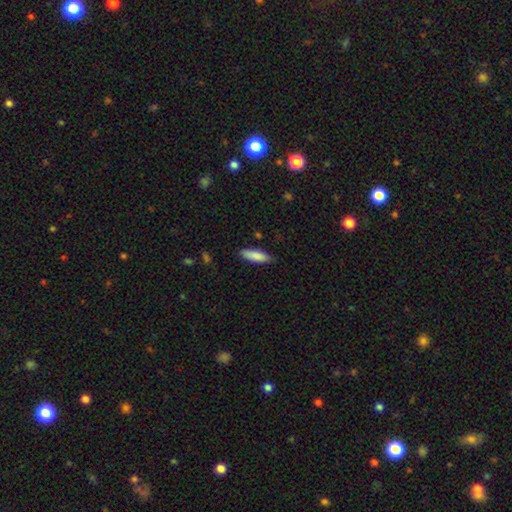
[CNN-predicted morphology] Q: Smooth or featured?
A: smooth (86%); runner-up: featured or disk (8%)
Q: How rounded?
A: cigar-shaped (54%); runner-up: in between (44%)
Q: Merging?
A: none (82%); runner-up: minor disturbance (14%)